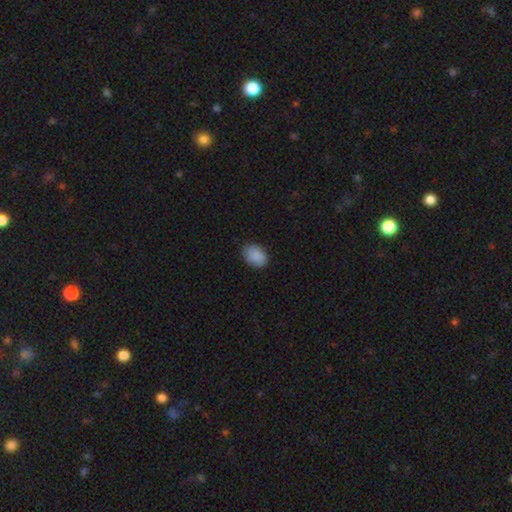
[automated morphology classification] Smooth or featured: smooth — 89% (star or artifact — 7%)
How rounded: in between — 76% (round — 23%)
Merging: none — 83% (minor disturbance — 13%)